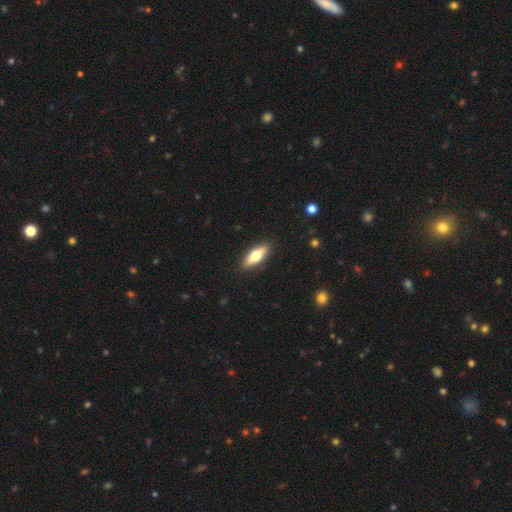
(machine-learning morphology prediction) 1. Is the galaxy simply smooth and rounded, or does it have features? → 60% smooth, 34% featured or disk, 6% star or artifact.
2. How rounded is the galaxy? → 55% in between, 42% cigar-shaped, 3% round.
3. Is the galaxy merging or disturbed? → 90% none, 7% minor disturbance, 2% major disturbance, 1% merger.